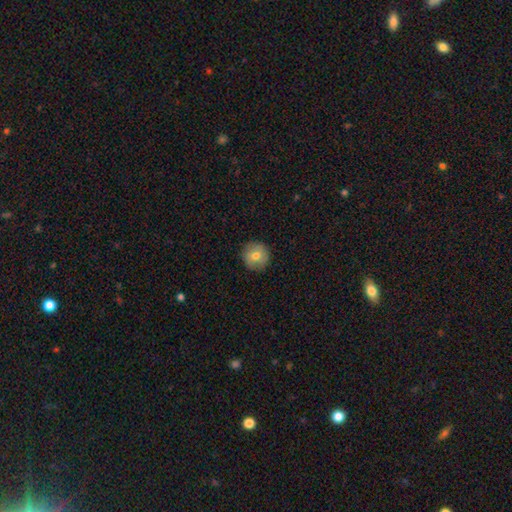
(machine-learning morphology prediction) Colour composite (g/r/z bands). It shows a smooth galaxy with no disk features (74%) that is round (95%). Merging: none (90%).